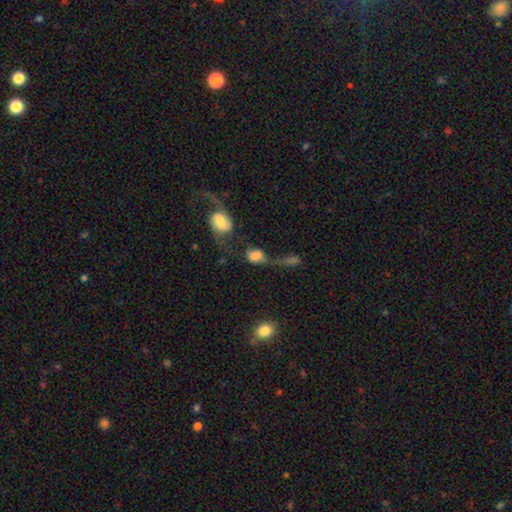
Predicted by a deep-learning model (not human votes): Overall: smooth (62%; featured or disk 27%). How rounded: in between (62%; round 34%). Merging: merger (41%; major disturbance 27%).